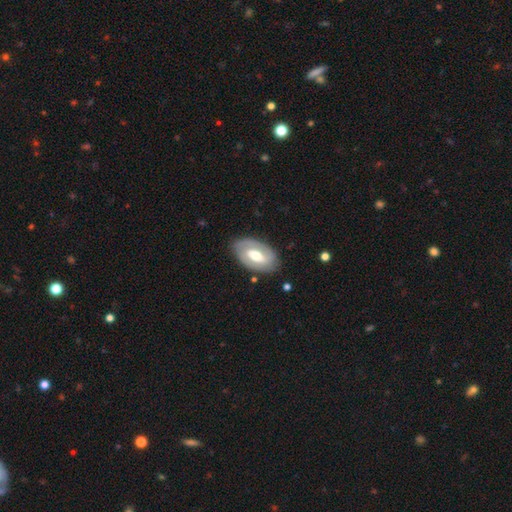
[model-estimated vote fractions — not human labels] A featured or disk galaxy (68%) with a weak bar (41%), spiral arms (68%) and a moderate central bulge (68%). Merging: none (81%).